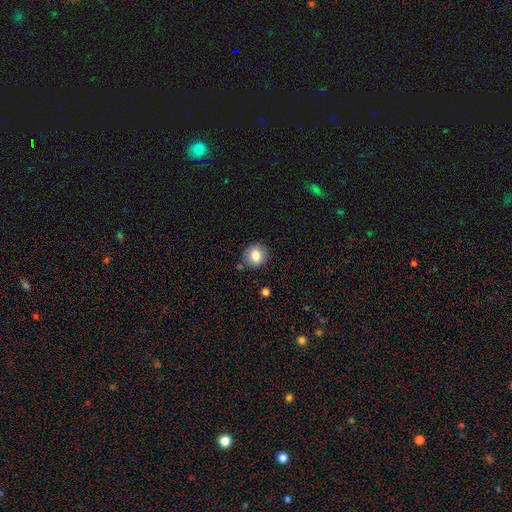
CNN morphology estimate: smooth-or-featured: smooth: 82% | star or artifact: 9% | featured or disk: 8%
  how-rounded: round: 84% | in between: 15% | cigar-shaped: 1%
  merging: none: 83% | minor disturbance: 11% | merger: 3% | major disturbance: 3%